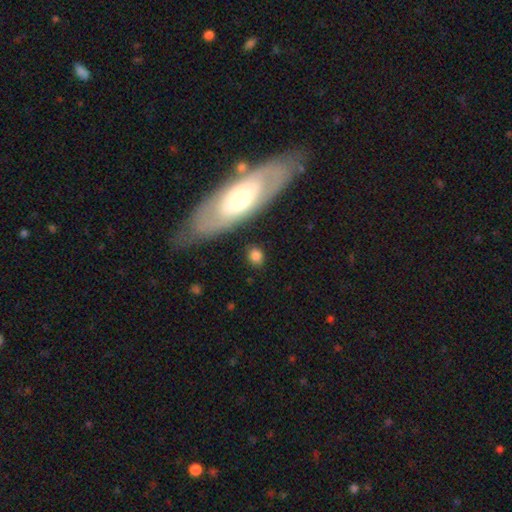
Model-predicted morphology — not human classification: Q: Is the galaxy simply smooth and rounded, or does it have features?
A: smooth — 81%.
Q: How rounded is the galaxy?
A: round — 50%.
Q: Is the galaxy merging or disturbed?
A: none — 81%.